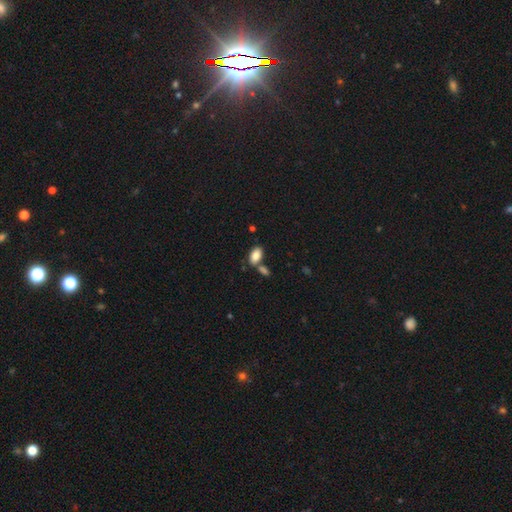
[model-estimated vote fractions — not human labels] Smooth or featured? Predicted: smooth (p=0.85). How rounded? Predicted: in between (p=0.93). Merging? Predicted: none (p=0.58).